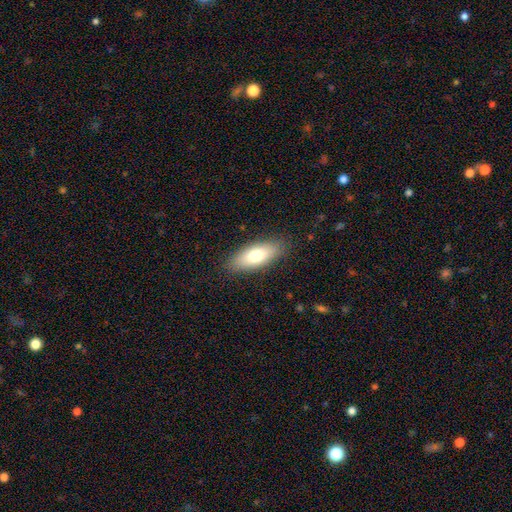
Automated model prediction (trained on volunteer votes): Smooth or featured? smooth (74%)
How rounded? in between (75%)
Merging? none (86%)